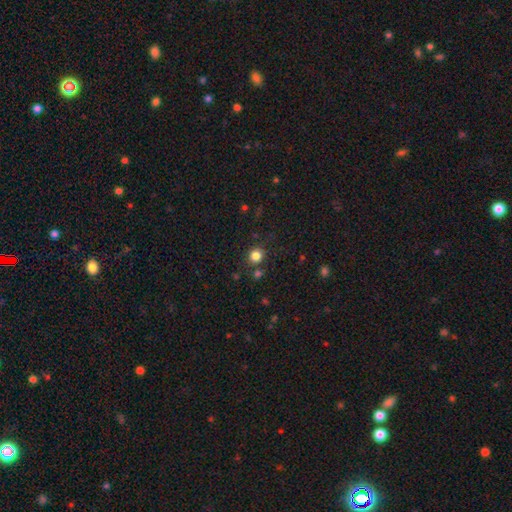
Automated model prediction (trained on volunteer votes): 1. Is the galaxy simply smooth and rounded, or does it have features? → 82% smooth, 13% star or artifact, 5% featured or disk.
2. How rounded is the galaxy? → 85% round, 14% in between, 1% cigar-shaped.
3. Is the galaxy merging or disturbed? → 82% none, 9% minor disturbance, 6% merger, 3% major disturbance.